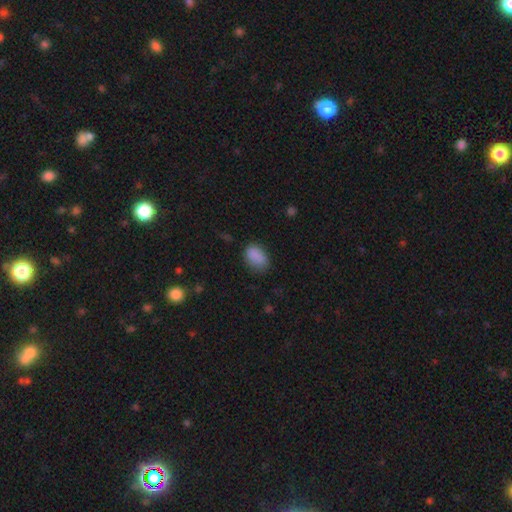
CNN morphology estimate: This is clearly a smooth galaxy (85%). How rounded: clearly in between (84%). Merging: likely none (67%).